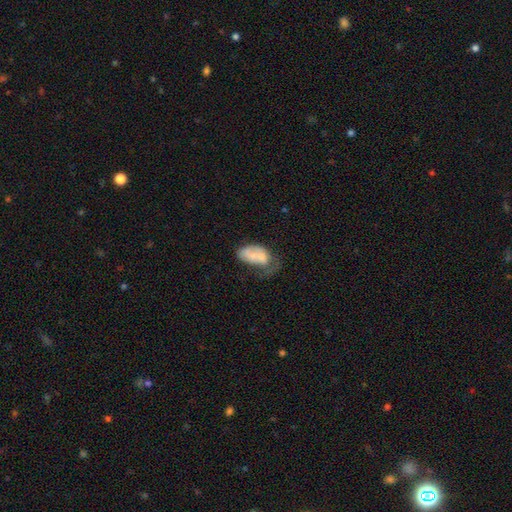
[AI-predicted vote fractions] A smooth galaxy with no disk features (53%) that is in between round and cigar-shaped (90%). Merging: major disturbance (33%).